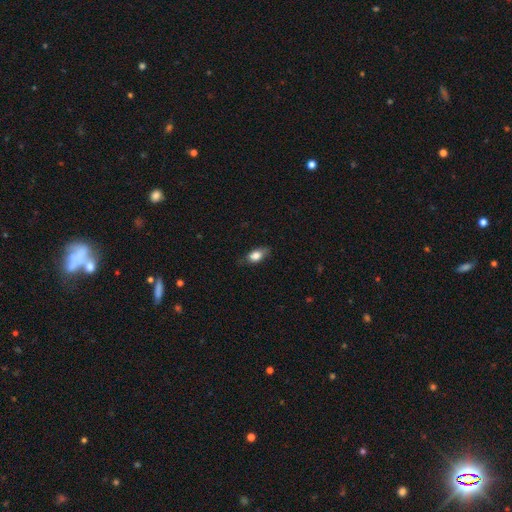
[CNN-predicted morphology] The model was most divided on "merging": none: 72%, minor disturbance: 22%, major disturbance: 5%, merger: 1%. More confident: how rounded — in between (81%); smooth or featured — smooth (79%).